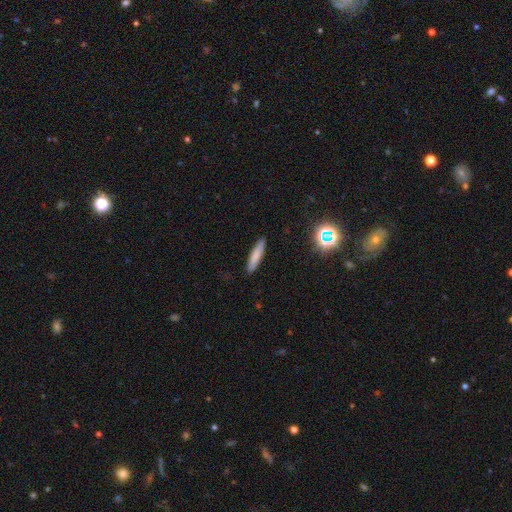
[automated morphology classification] Smooth or featured? smooth (78%)
How rounded? cigar-shaped (85%)
Merging? none (90%)